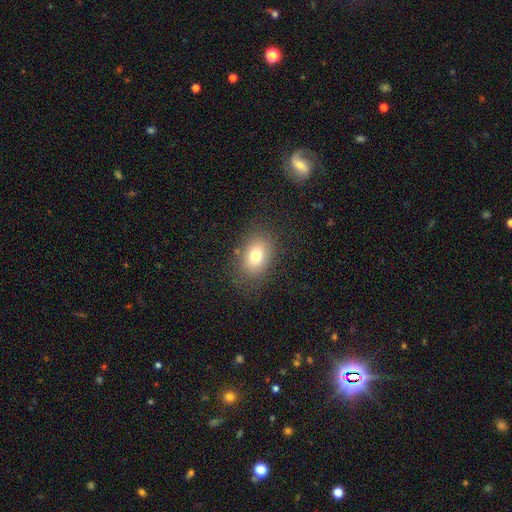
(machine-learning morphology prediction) This is likely a smooth galaxy (76%). How rounded: likely in between (74%). Merging: clearly none (81%).